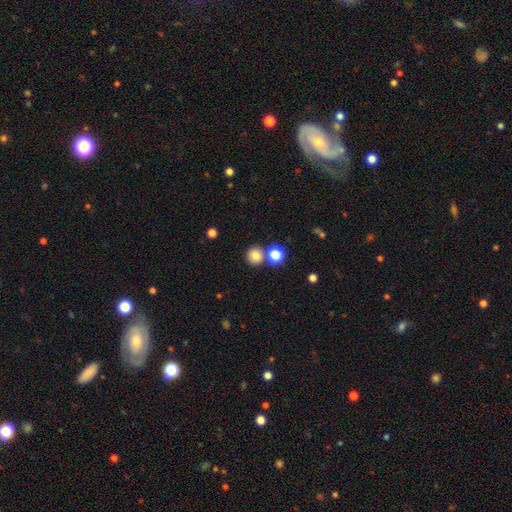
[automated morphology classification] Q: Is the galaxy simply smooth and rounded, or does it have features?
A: smooth — 79%.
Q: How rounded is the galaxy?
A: round — 90%.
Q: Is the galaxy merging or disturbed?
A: none — 72%.